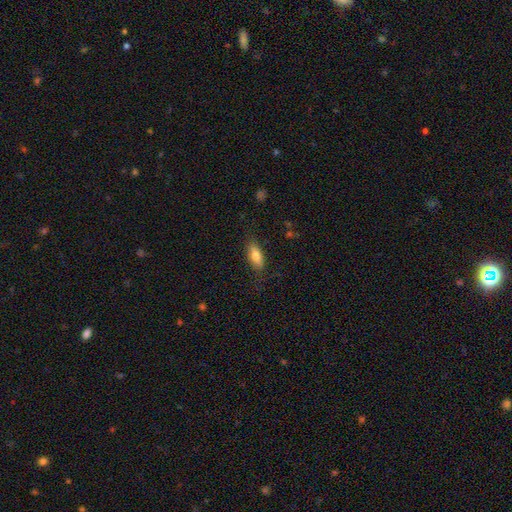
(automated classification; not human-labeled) Smooth or featured: smooth — 77% (featured or disk — 16%)
How rounded: in between — 72% (cigar-shaped — 25%)
Merging: none — 81% (minor disturbance — 14%)